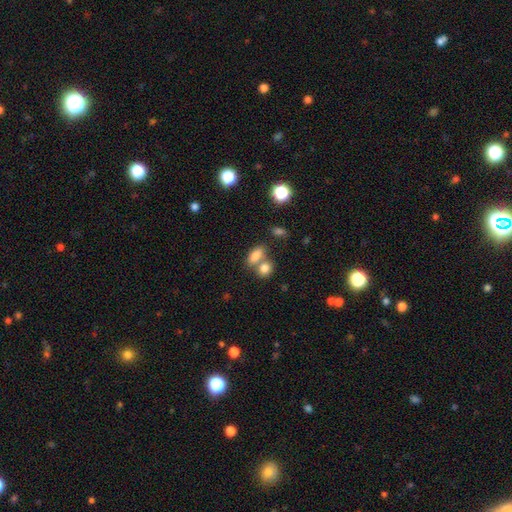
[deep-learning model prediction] Overall: smooth (81%). How rounded: in between (81%). Merging: merger (44%; none 43%).